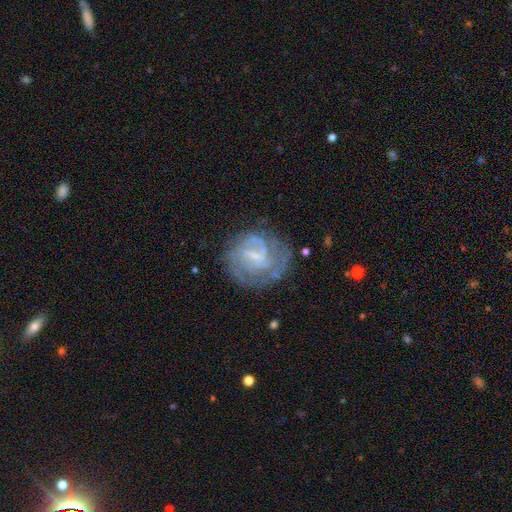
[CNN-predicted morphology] Overall: featured or disk (76%). Edge-on disk: no (98%). Bar: weak (53%; strong 27%). Spiral arms: yes (81%). Spiral arm count: can't tell (42%; 2 28%). Spiral winding: tight (52%; medium 34%). Bulge size: small (41%; none 39%). Merging: none (62%).